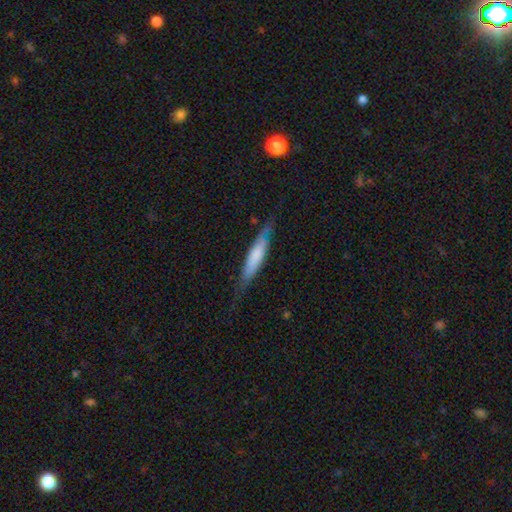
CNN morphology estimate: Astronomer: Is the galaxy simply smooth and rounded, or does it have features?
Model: smooth — 56% (runner-up: featured or disk, 38%).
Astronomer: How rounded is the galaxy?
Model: cigar-shaped — 83%.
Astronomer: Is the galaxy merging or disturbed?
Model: none — 67%.